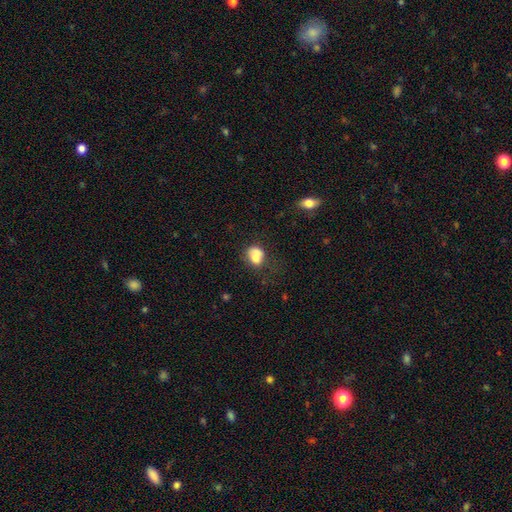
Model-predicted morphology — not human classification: Overall: smooth (73%). How rounded: in between (53%; round 46%). Merging: none (37%; merger 28%).